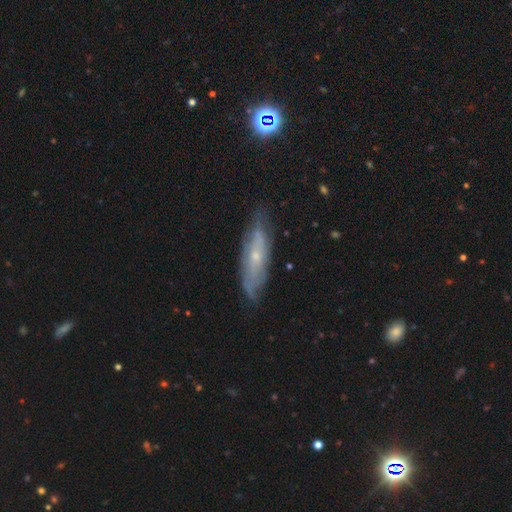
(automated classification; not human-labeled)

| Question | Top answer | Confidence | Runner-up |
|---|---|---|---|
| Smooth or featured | featured or disk | 64% | smooth (29%) |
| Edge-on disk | no | 64% | yes (36%) |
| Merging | none | 74% | minor disturbance (20%) |